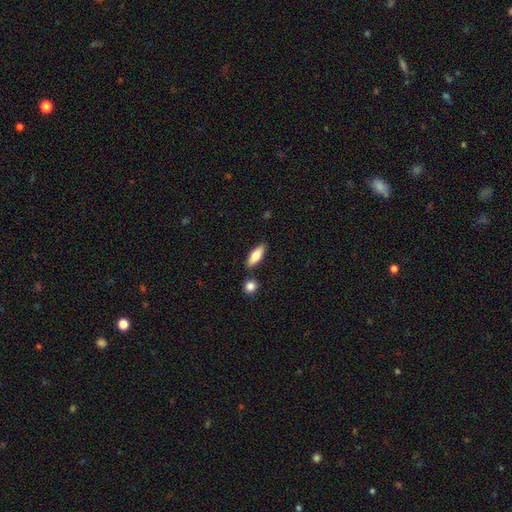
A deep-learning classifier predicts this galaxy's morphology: This is likely a smooth galaxy (71%). How rounded: likely in between (61%). Merging: clearly none (83%).